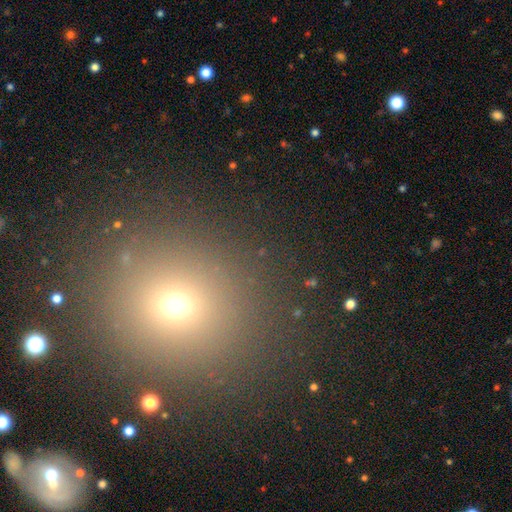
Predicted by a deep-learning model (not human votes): Overall: smooth (58%; star or artifact 35%). How rounded: round (84%). Merging: none (87%).